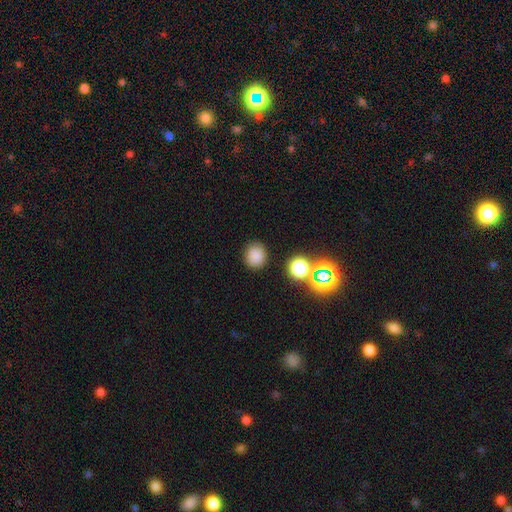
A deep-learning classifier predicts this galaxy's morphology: Smooth or featured? Predicted: smooth (p=0.79). How rounded? Predicted: round (p=0.75). Merging? Predicted: none (p=0.84).